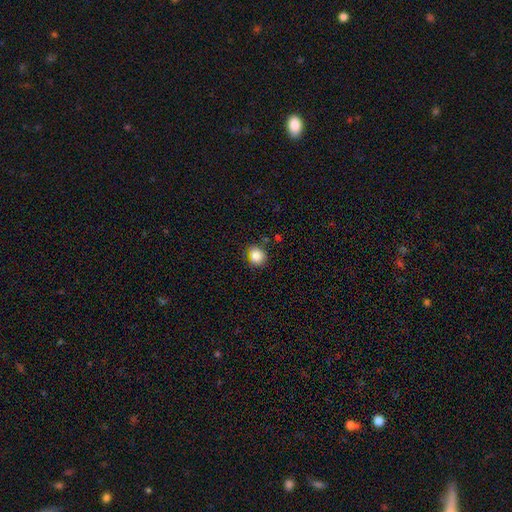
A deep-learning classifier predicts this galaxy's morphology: type=smooth (86%); roundness=round (76%); merging=none (78%).